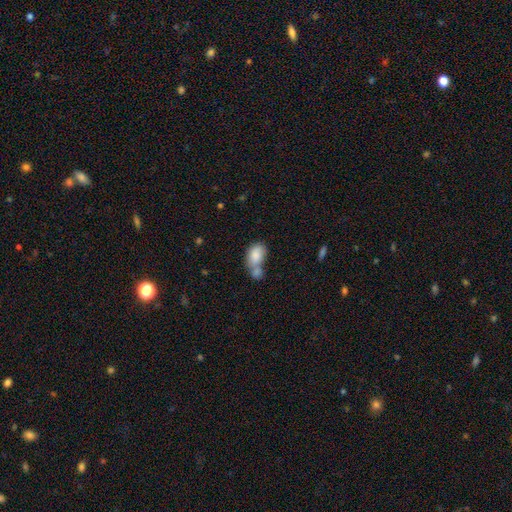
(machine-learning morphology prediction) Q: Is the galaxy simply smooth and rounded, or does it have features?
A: smooth — 83%.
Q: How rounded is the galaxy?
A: in between — 87%.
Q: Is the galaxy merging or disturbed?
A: merger — 59%.